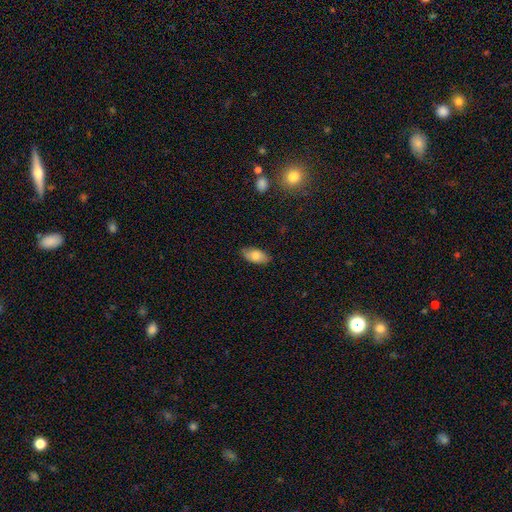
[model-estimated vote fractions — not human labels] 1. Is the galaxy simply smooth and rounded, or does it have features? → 81% smooth, 12% featured or disk, 7% star or artifact.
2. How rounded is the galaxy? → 92% in between, 5% cigar-shaped, 3% round.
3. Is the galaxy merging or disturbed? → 85% none, 12% minor disturbance, 2% major disturbance, 1% merger.